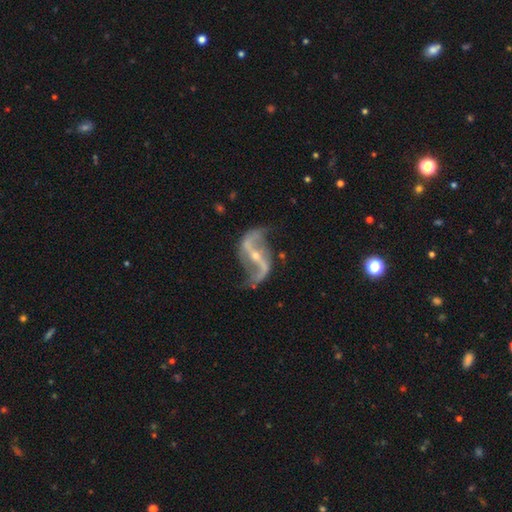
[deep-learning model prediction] featured or disk 92%, star or artifact 5%, smooth 3%. Down the decision tree: edge-on disk — no (96%); bar — strong (58%); spiral arms — yes (96%); spiral arm count — 2 (94%); spiral winding — loose (81%); bulge size — small (69%); merging — none (72%).